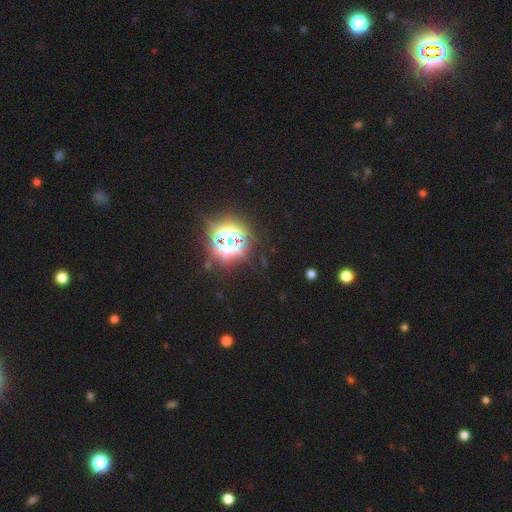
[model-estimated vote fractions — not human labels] Smooth or featured: star or artifact — 84% (smooth — 10%)